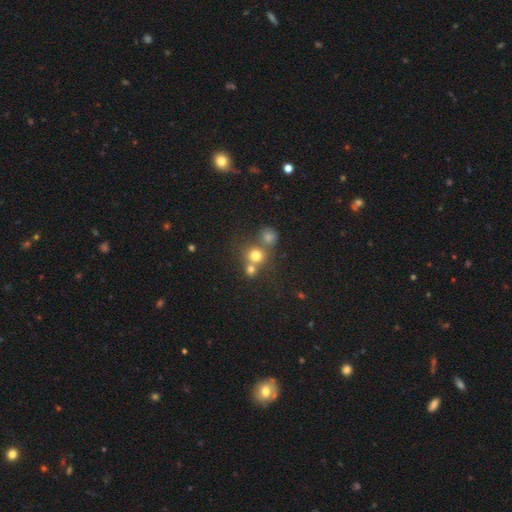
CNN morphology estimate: Overall: smooth (73%). How rounded: round (87%). Merging: none (49%; merger 40%).